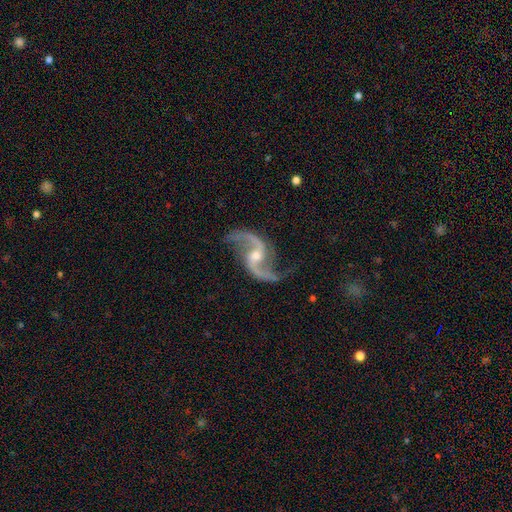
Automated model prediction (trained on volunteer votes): This appears to be a featured or disk galaxy (93%) with no bar (42%), 2 (95%) loose (73%) spiral arms (98%) and a moderate central bulge (51%). Merging: none (81%).